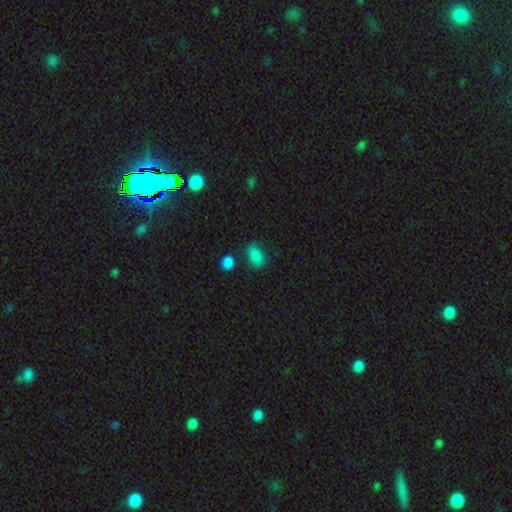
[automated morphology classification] smooth 82%, star or artifact 11%, featured or disk 7%. Down the decision tree: how rounded — in between (82%); merging — none (59%).